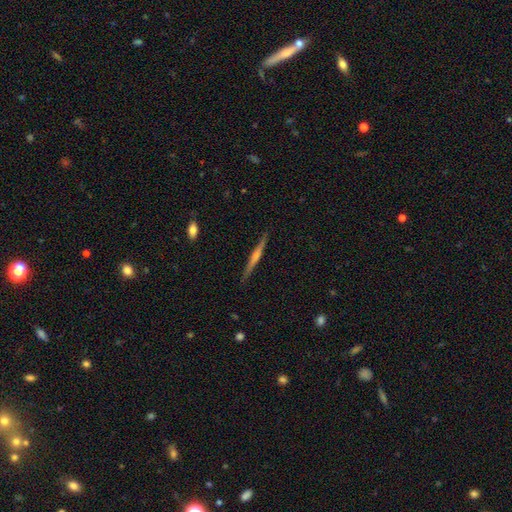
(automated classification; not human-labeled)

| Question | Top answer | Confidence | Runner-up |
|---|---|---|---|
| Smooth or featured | featured or disk | 71% | smooth (23%) |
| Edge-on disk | yes | 98% | no (2%) |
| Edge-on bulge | rounded | 69% | none (21%) |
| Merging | none | 90% | minor disturbance (7%) |